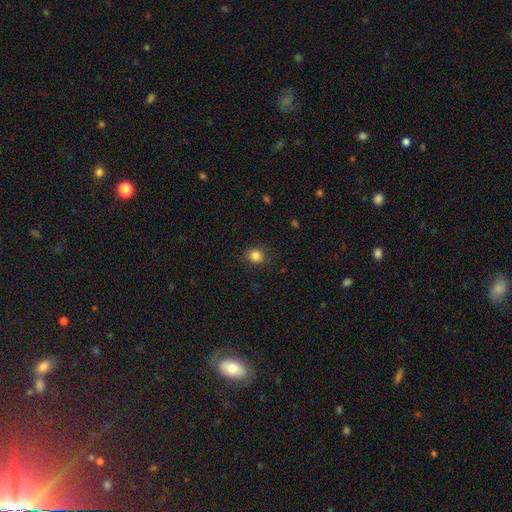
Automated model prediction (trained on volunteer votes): A smooth galaxy with no disk features (84%) that is round (76%).

Vote fractions:
- Smooth or featured? smooth: 84% / star or artifact: 12% / featured or disk: 5%
- How rounded? round: 76% / in between: 23% / cigar-shaped: 1%
- Merging? none: 86% / minor disturbance: 11% / major disturbance: 3% / merger: 1%